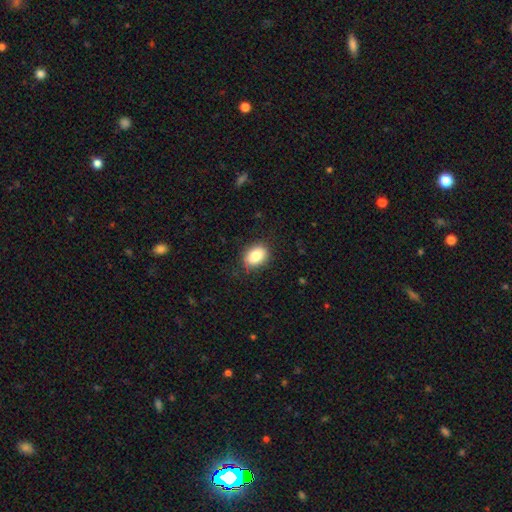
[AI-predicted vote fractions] Smooth or featured? smooth (83%)
How rounded? in between (75%)
Merging? none (85%)